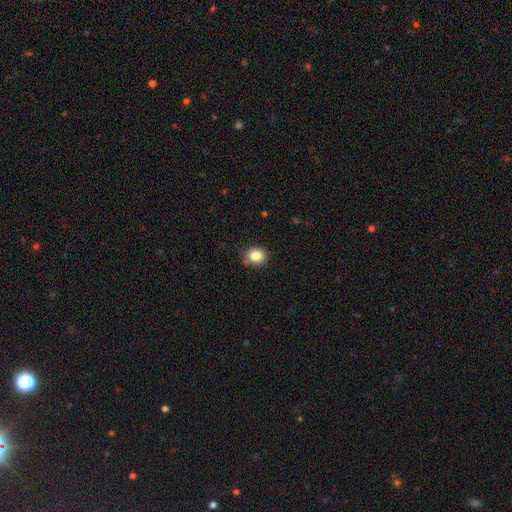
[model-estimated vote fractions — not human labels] The model was most divided on "how rounded": round: 66%, in between: 33%, cigar-shaped: 1%. More confident: smooth or featured — smooth (85%); merging — none (79%).